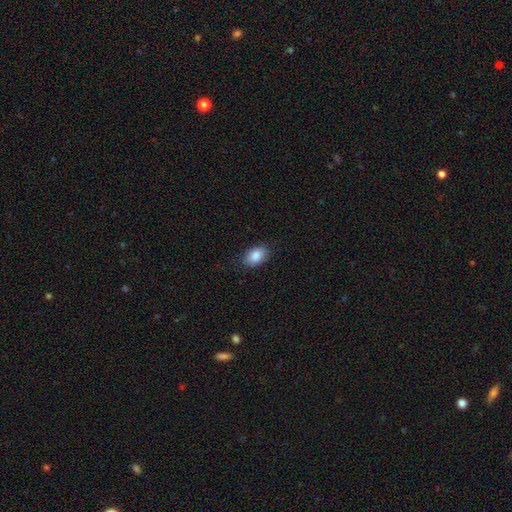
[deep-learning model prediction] Morphology: type=smooth (88%); roundness=in between (88%); merging=none (85%).